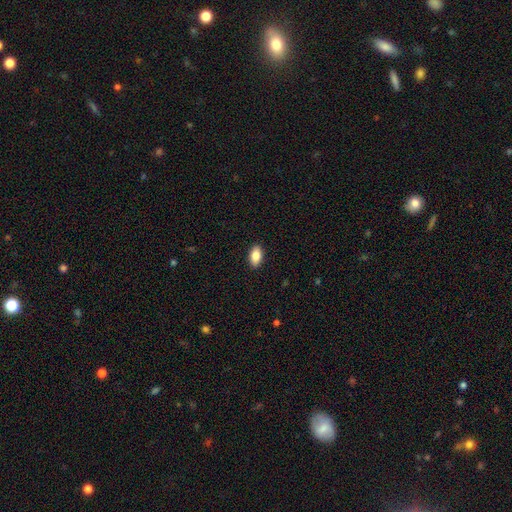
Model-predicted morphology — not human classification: Smooth or featured? Predicted: smooth (p=0.84). How rounded? Predicted: in between (p=0.92). Merging? Predicted: none (p=0.90).